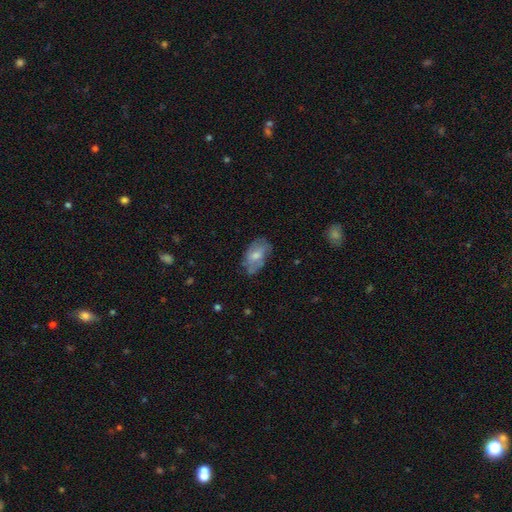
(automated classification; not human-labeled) A smooth galaxy with no disk features (59%) that is in between round and cigar-shaped (91%). Merging: none (57%).